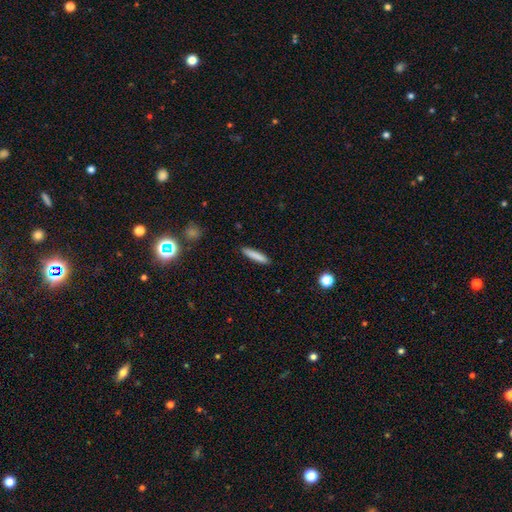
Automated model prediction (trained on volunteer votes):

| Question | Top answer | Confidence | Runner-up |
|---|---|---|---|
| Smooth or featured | smooth | 84% | featured or disk (9%) |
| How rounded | cigar-shaped | 88% | in between (11%) |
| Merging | none | 90% | minor disturbance (7%) |